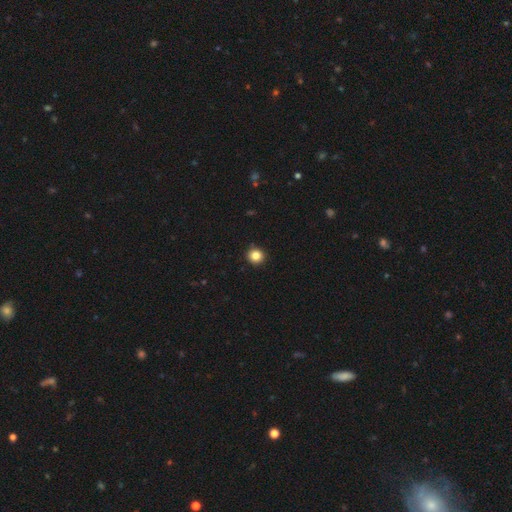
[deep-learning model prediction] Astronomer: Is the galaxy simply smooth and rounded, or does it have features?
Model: smooth — 85%.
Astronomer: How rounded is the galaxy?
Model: round — 93%.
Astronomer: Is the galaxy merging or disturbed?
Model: none — 93%.